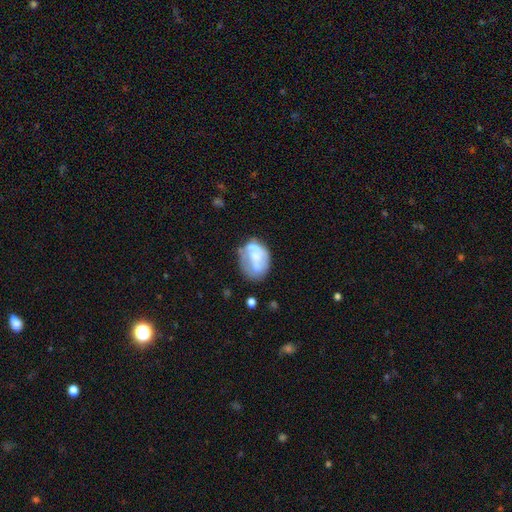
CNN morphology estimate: Overall: featured or disk (47%; smooth 44%). Merging: none (38%; minor disturbance 28%).